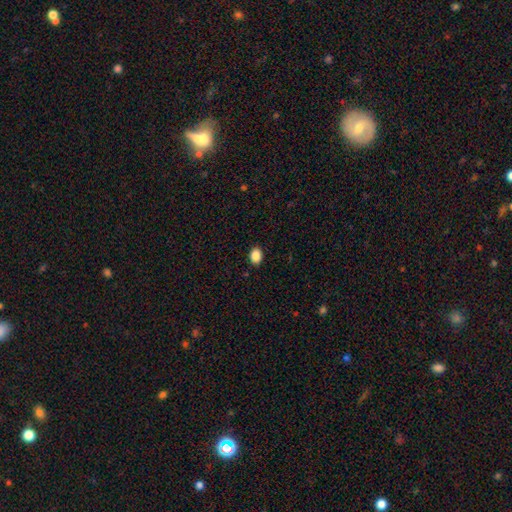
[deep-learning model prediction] smooth 88%, star or artifact 9%, featured or disk 3%. Down the decision tree: how rounded — in between (67%); merging — none (90%).